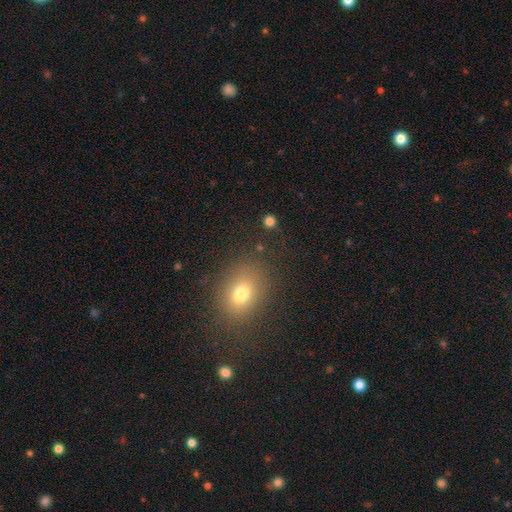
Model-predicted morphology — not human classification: type=smooth (66%); roundness=in between (60%); merging=none (88%).